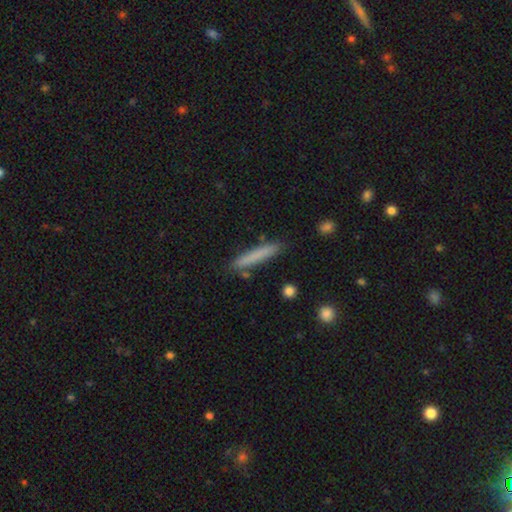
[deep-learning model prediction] smooth-or-featured: smooth: 77% | featured or disk: 17% | star or artifact: 6%
  how-rounded: cigar-shaped: 95% | in between: 4% | round: 1%
  merging: none: 86% | minor disturbance: 10% | merger: 2% | major disturbance: 2%